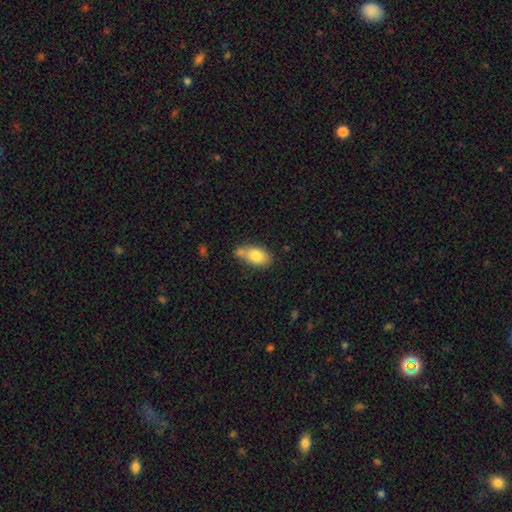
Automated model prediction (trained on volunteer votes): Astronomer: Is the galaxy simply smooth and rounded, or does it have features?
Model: smooth — 80%.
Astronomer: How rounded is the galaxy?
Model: in between — 87%.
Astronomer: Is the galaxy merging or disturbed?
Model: none — 49% (runner-up: merger, 24%).